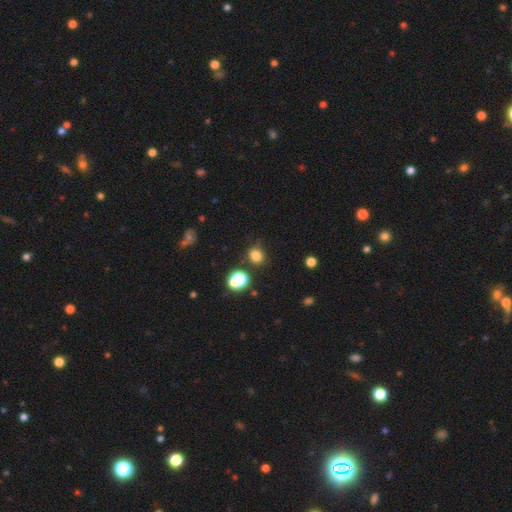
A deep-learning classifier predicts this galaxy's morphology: This appears to be a smooth galaxy with no disk features (78%) that is round (70%). Merging: none (75%).